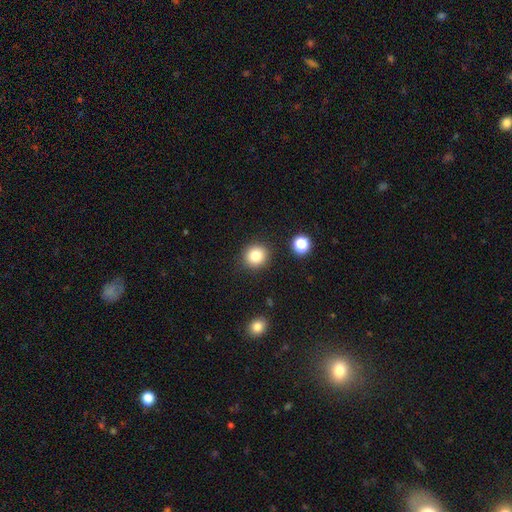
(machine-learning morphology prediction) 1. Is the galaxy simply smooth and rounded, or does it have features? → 82% smooth, 11% star or artifact, 7% featured or disk.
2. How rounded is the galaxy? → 91% round, 8% in between, 1% cigar-shaped.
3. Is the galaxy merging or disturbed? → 89% none, 6% minor disturbance, 2% merger, 2% major disturbance.